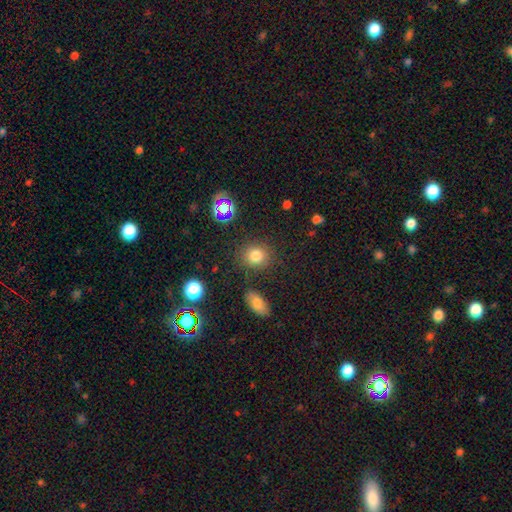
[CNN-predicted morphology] Smooth or featured?
  - smooth: 78% *
  - star or artifact: 15%
  - featured or disk: 7%
How rounded?
  - round: 78% *
  - in between: 20%
  - cigar-shaped: 1%
Merging?
  - none: 83% *
  - minor disturbance: 9%
  - merger: 4%
  - major disturbance: 4%